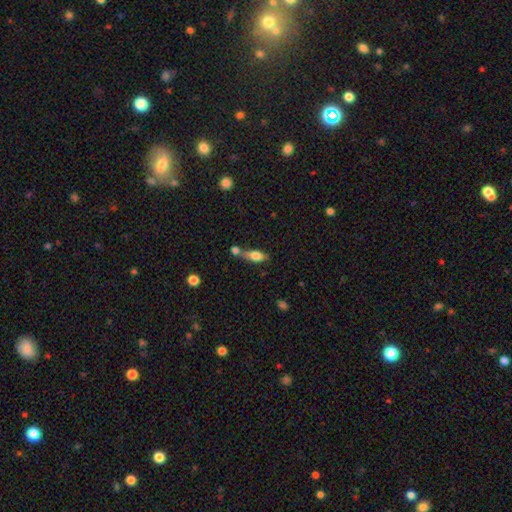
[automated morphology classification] Q: Smooth or featured?
A: smooth (69%); runner-up: featured or disk (23%)
Q: How rounded?
A: in between (70%); runner-up: cigar-shaped (25%)
Q: Merging?
A: none (46%); runner-up: merger (33%)